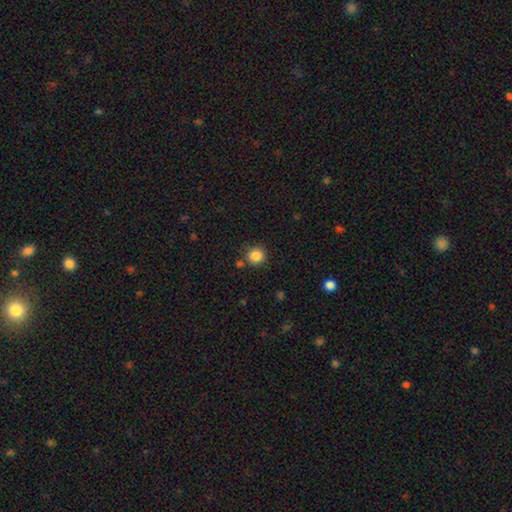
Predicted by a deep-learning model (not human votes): This is clearly a smooth galaxy (86%). How rounded: clearly round (91%). Merging: clearly none (82%).